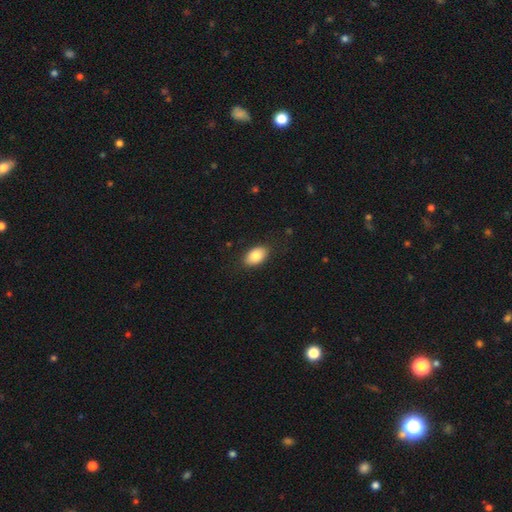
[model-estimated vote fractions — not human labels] Overall: smooth (85%). How rounded: in between (90%). Merging: none (85%).